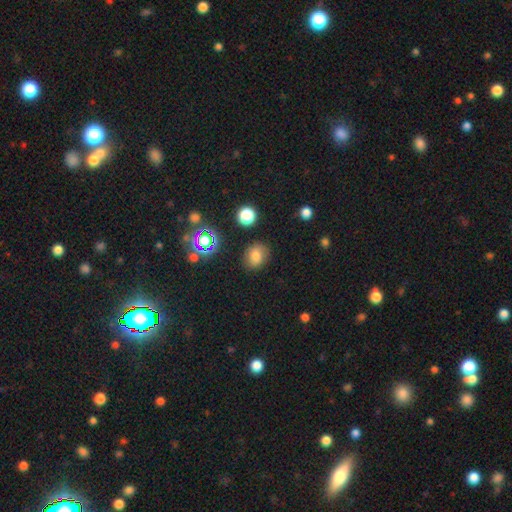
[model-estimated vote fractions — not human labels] Smooth or featured? Predicted: smooth (p=0.75). How rounded? Predicted: round (p=0.51). Merging? Predicted: none (p=0.82).